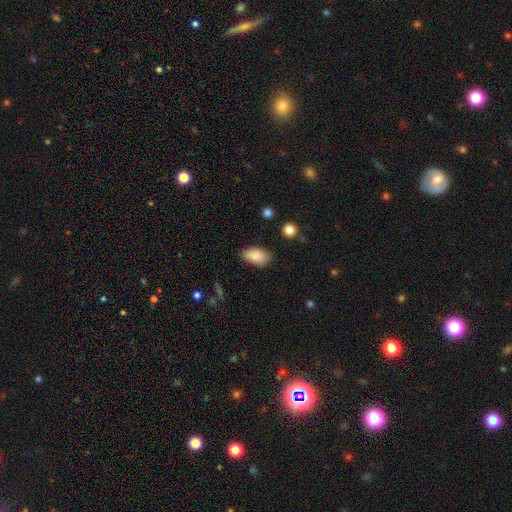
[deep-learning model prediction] smooth_or_featured: smooth (p=0.88) [alt: star or artifact p=0.07]
how_rounded: in between (p=0.94) [alt: round p=0.04]
merging: none (p=0.80) [alt: minor disturbance p=0.15]